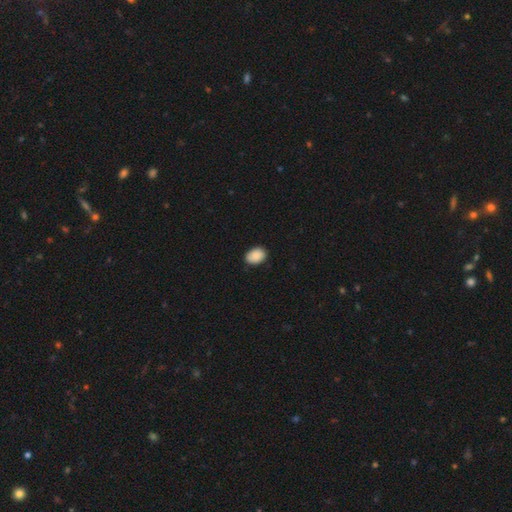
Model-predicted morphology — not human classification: A smooth galaxy with no disk features (90%) that is in between round and cigar-shaped (76%). Merging: none (87%).